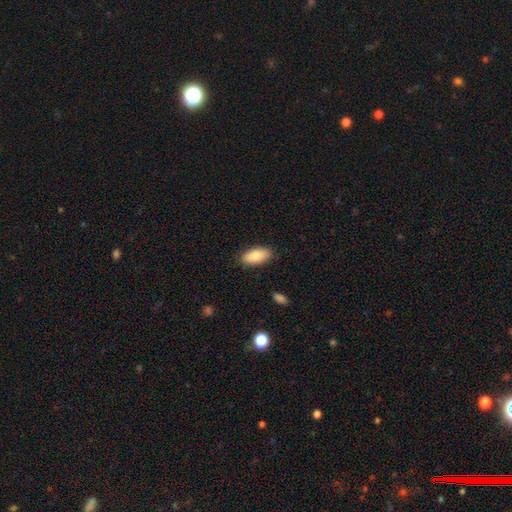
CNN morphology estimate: Smooth or featured: smooth — 84% (featured or disk — 10%)
How rounded: in between — 92% (cigar-shaped — 6%)
Merging: none — 86% (minor disturbance — 10%)